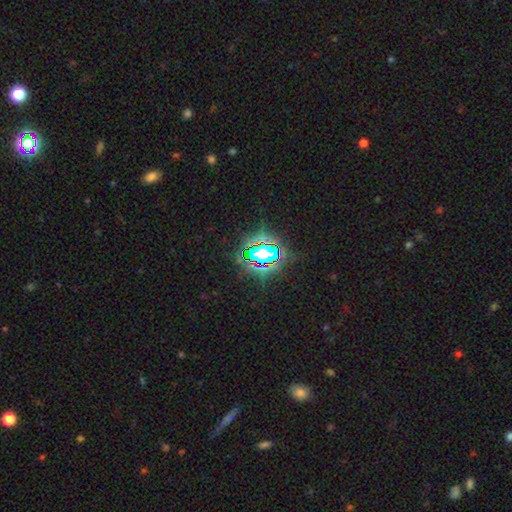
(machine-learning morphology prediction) type=star or artifact (80%).